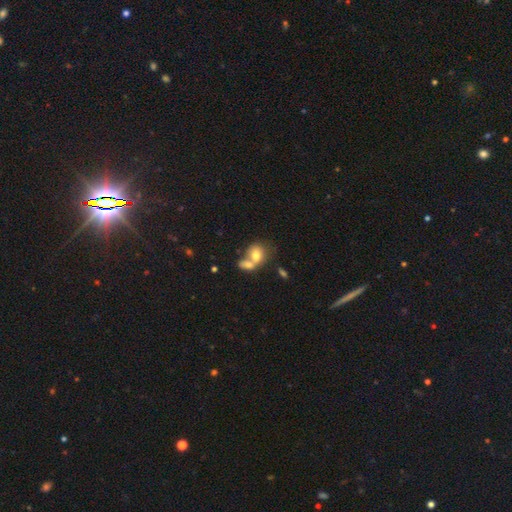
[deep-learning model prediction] Overall: smooth (73%). How rounded: in between (50%; round 48%). Merging: merger (67%).